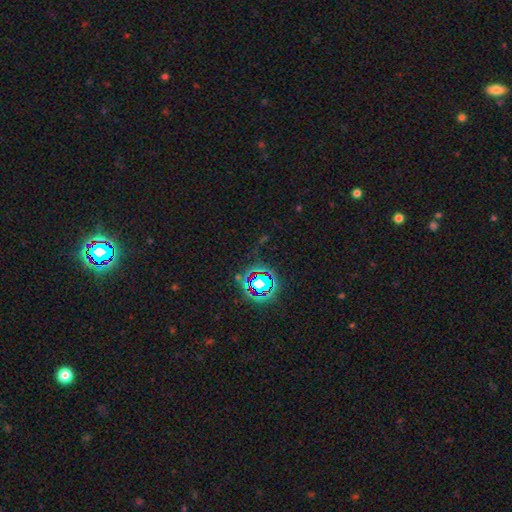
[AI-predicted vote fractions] star or artifact 79%, smooth 12%, featured or disk 9%.